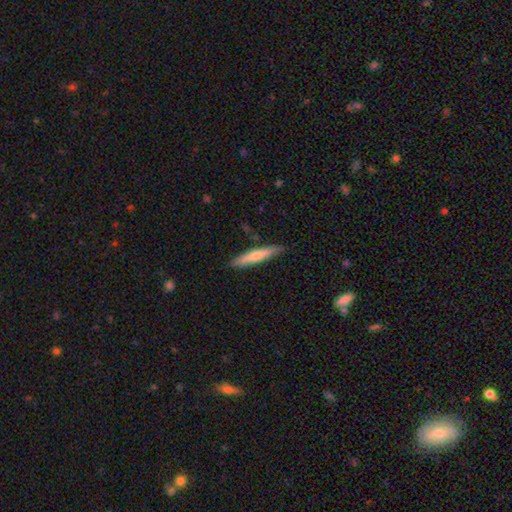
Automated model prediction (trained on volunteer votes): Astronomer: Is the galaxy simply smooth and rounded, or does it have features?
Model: smooth — 64%.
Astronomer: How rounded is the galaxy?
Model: cigar-shaped — 90%.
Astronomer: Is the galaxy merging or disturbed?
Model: none — 86%.